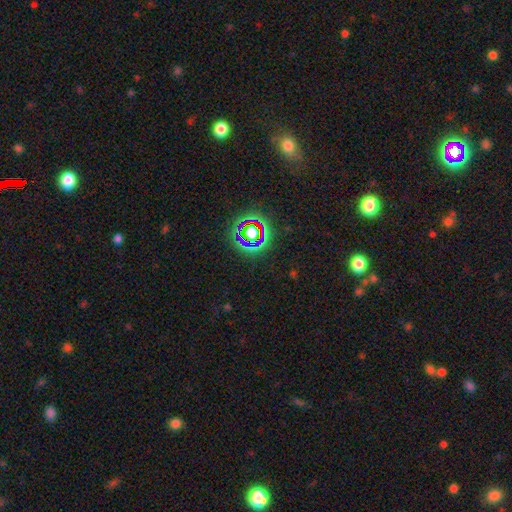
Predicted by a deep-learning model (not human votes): Overall: star or artifact (67%).